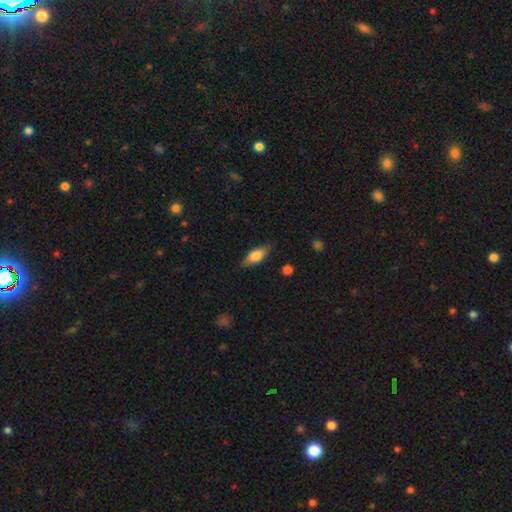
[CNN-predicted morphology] The model was most divided on "smooth or featured": smooth: 75%, featured or disk: 19%, star or artifact: 6%. More confident: merging — none (82%); how rounded — in between (77%).